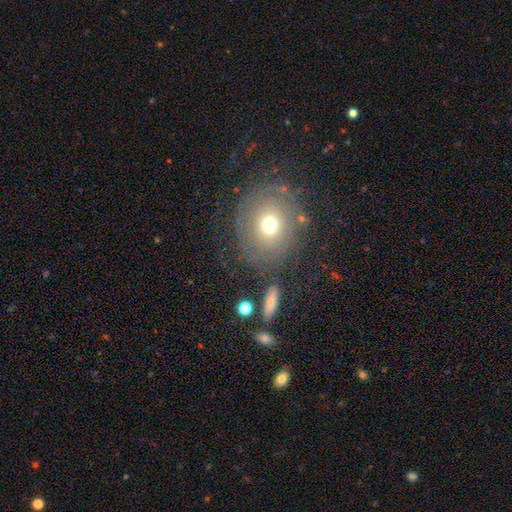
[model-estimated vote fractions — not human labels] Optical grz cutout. It shows a featured or disk galaxy (44%). Merging: none (72%).